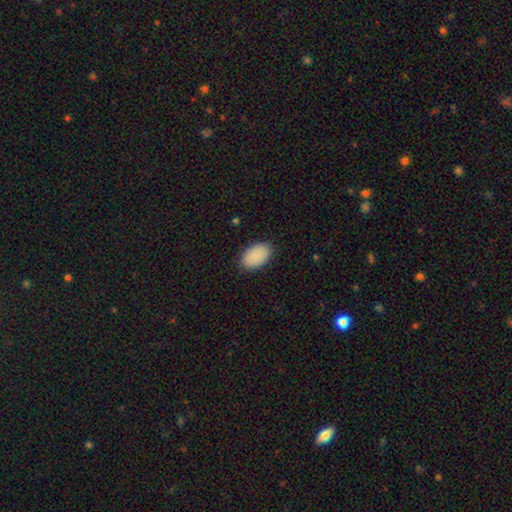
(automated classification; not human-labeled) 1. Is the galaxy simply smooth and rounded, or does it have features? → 91% smooth, 6% star or artifact, 3% featured or disk.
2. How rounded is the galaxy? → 94% in between, 5% round, 1% cigar-shaped.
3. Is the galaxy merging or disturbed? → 88% none, 9% minor disturbance, 2% major disturbance, 1% merger.